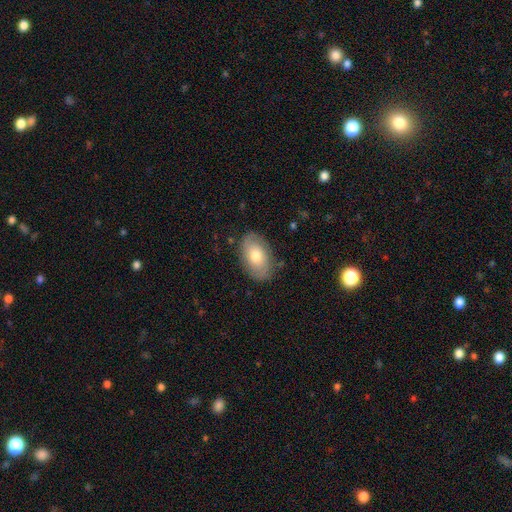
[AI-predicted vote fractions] Smooth or featured?
  - smooth: 65% *
  - featured or disk: 28%
  - star or artifact: 6%
How rounded?
  - in between: 92% *
  - round: 7%
  - cigar-shaped: 1%
Merging?
  - none: 82% *
  - minor disturbance: 14%
  - major disturbance: 3%
  - merger: 1%